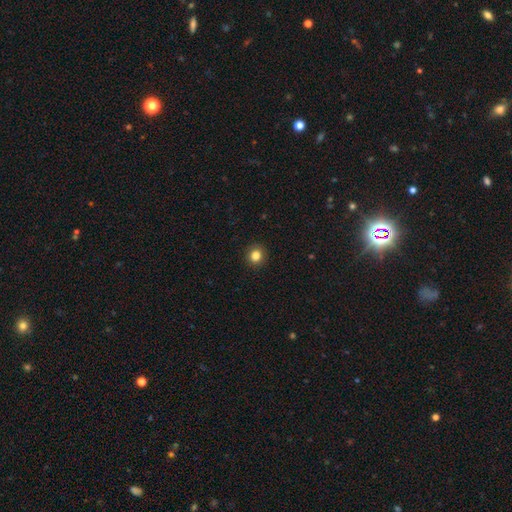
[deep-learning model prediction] Q: Smooth or featured?
A: smooth (84%); runner-up: star or artifact (11%)
Q: How rounded?
A: round (89%); runner-up: in between (10%)
Q: Merging?
A: none (92%); runner-up: minor disturbance (6%)